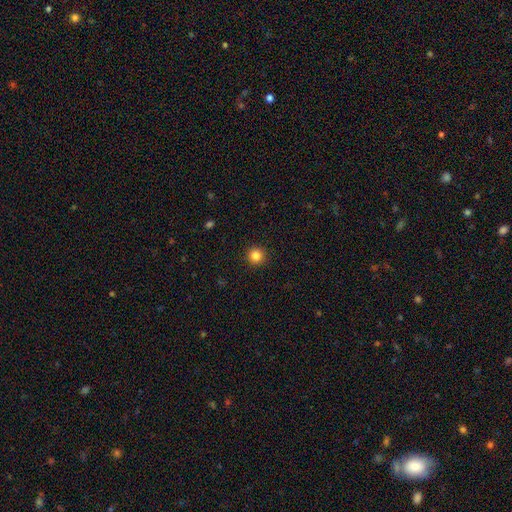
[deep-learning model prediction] Q: Smooth or featured?
A: smooth (84%); runner-up: star or artifact (12%)
Q: How rounded?
A: round (95%); runner-up: in between (4%)
Q: Merging?
A: none (93%); runner-up: minor disturbance (4%)